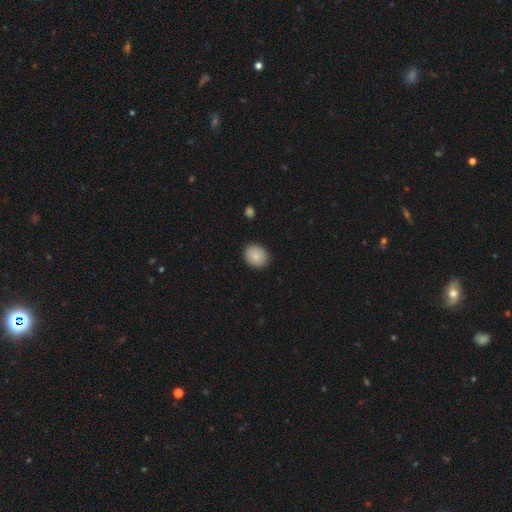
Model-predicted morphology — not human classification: smooth 85%, star or artifact 8%, featured or disk 8%. Down the decision tree: how rounded — round (71%); merging — none (90%).